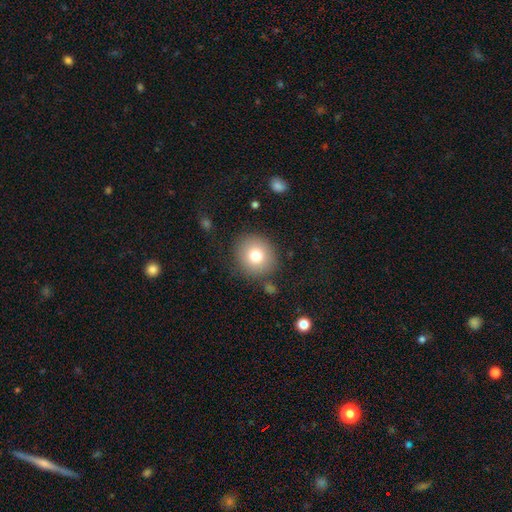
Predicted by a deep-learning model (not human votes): Smooth or featured?
  - smooth: 77% *
  - featured or disk: 12%
  - star or artifact: 11%
How rounded?
  - round: 89% *
  - in between: 10%
  - cigar-shaped: 1%
Merging?
  - none: 85% *
  - minor disturbance: 9%
  - major disturbance: 4%
  - merger: 3%